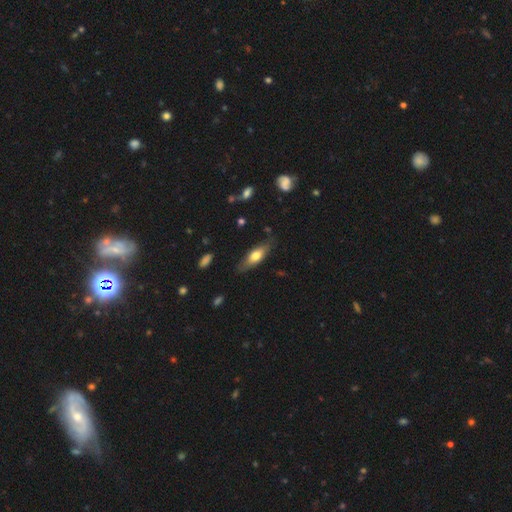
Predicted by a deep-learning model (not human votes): Overall: smooth (63%; featured or disk 31%). How rounded: in between (61%; cigar-shaped 36%). Merging: none (75%).